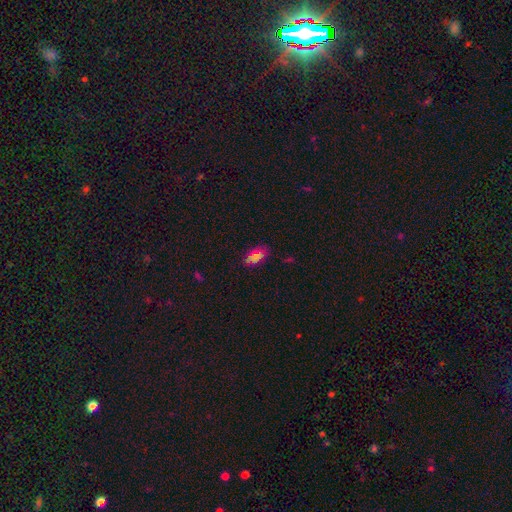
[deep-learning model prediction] Q: Smooth or featured?
A: smooth (67%); runner-up: star or artifact (22%)
Q: How rounded?
A: in between (90%); runner-up: round (5%)
Q: Merging?
A: none (79%); runner-up: minor disturbance (15%)